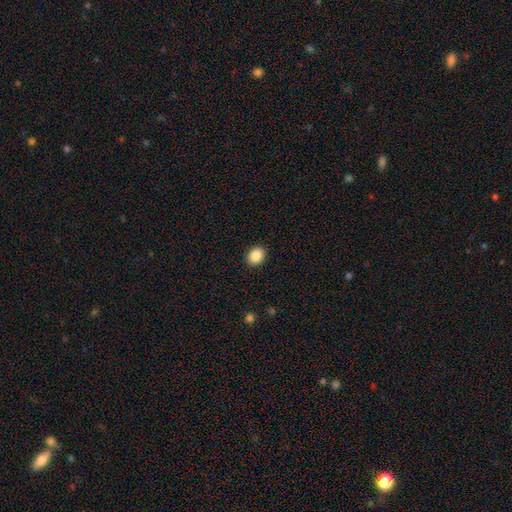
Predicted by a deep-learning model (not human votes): The model was most divided on "how rounded": in between: 51%, round: 49%, cigar-shaped: 1%. More confident: merging — none (91%); smooth or featured — smooth (87%).